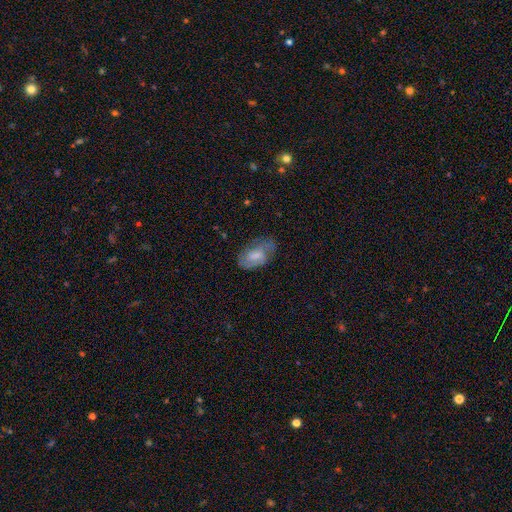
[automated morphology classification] The model was most divided on "bulge size": moderate: 37%, small: 36%, none: 17%, large: 8%, dominant: 1%. Remaining: edge-on disk — no (95%); spiral arms — yes (81%); merging — none (63%); smooth or featured — featured or disk (56%); bar — weak (50%).